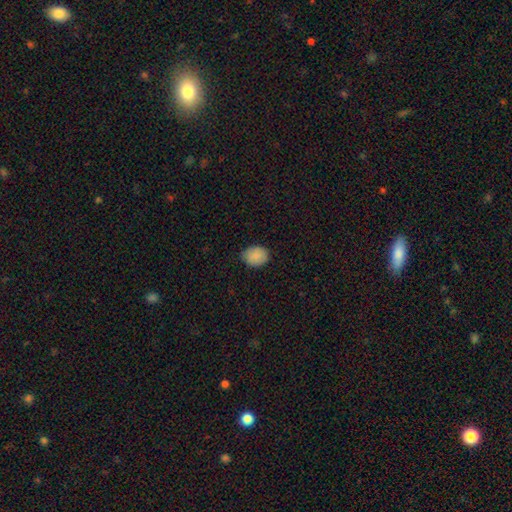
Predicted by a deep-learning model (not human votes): smooth_or_featured: smooth (p=0.88) [alt: star or artifact p=0.08]
how_rounded: in between (p=0.53) [alt: round p=0.46]
merging: none (p=0.79) [alt: minor disturbance p=0.17]